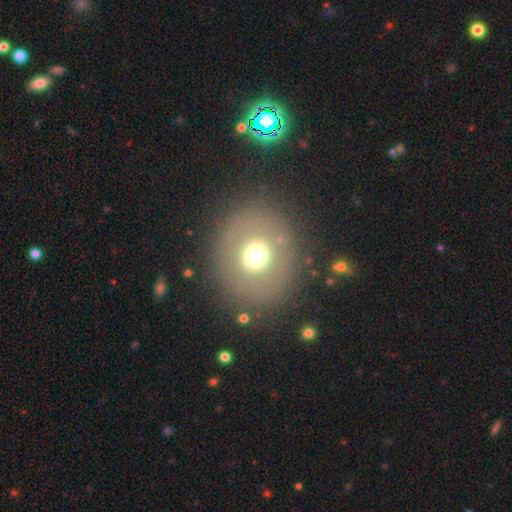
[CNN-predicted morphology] Smooth or featured? smooth (63%)
How rounded? round (87%)
Merging? none (84%)